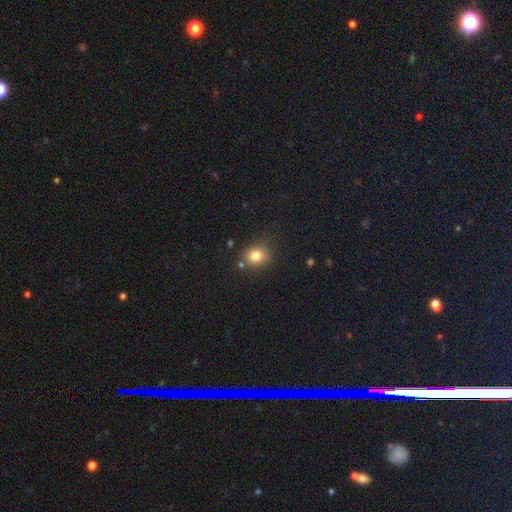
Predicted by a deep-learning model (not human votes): Q: Smooth or featured?
A: smooth (81%); runner-up: star or artifact (12%)
Q: How rounded?
A: round (67%); runner-up: in between (32%)
Q: Merging?
A: none (76%); runner-up: minor disturbance (14%)